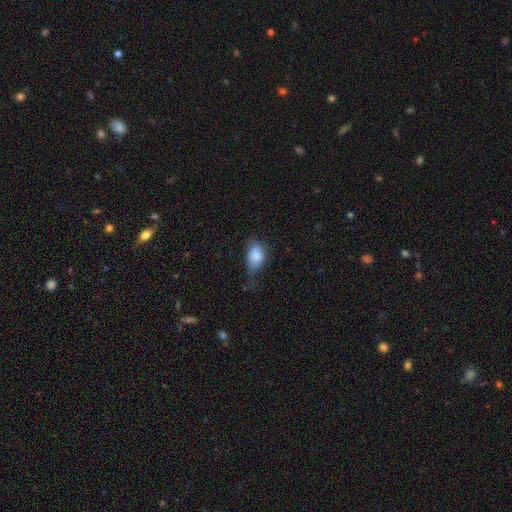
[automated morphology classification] Smooth or featured? Predicted: smooth (p=0.82). How rounded? Predicted: in between (p=0.82). Merging? Predicted: minor disturbance (p=0.41).